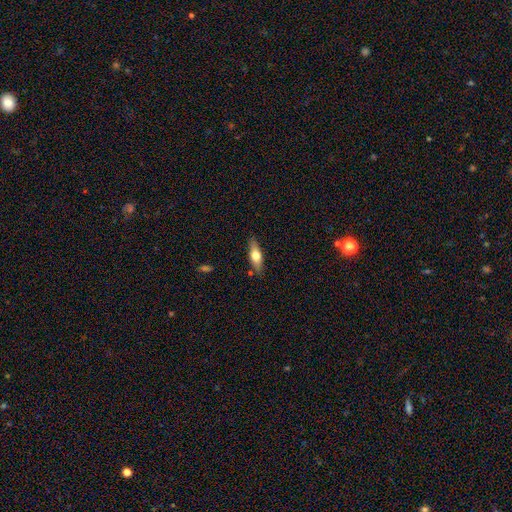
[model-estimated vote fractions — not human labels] Morphology: type=smooth (51%); roundness=cigar-shaped (49%); merging=none (84%).